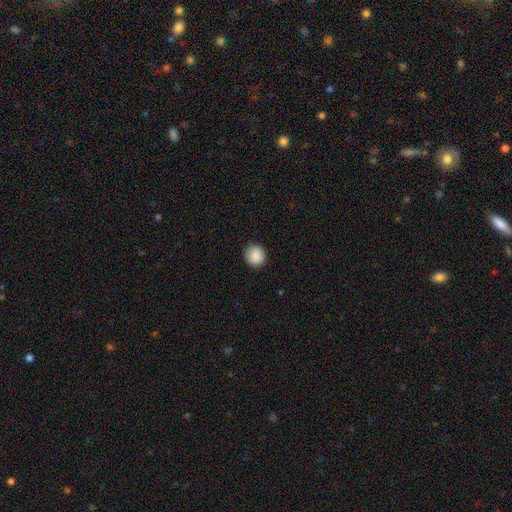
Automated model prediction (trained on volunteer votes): Smooth or featured: smooth — 89% (star or artifact — 8%)
How rounded: round — 91% (in between — 8%)
Merging: none — 89% (minor disturbance — 8%)